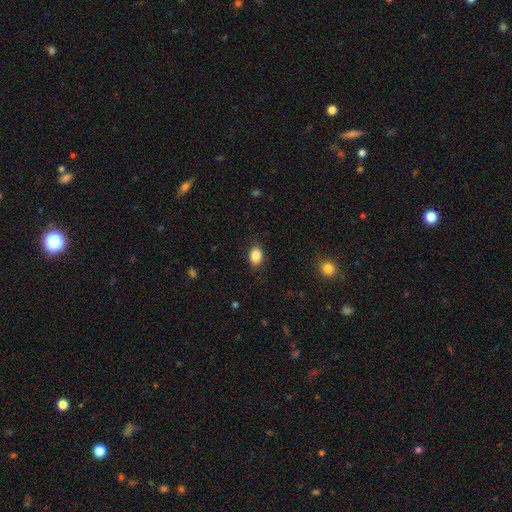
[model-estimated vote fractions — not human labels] A smooth galaxy with no disk features (84%) that is in between round and cigar-shaped (74%).

Vote fractions:
- Smooth or featured? smooth: 84% / star or artifact: 9% / featured or disk: 7%
- How rounded? in between: 74% / round: 25% / cigar-shaped: 1%
- Merging? none: 84% / minor disturbance: 12% / major disturbance: 3% / merger: 1%